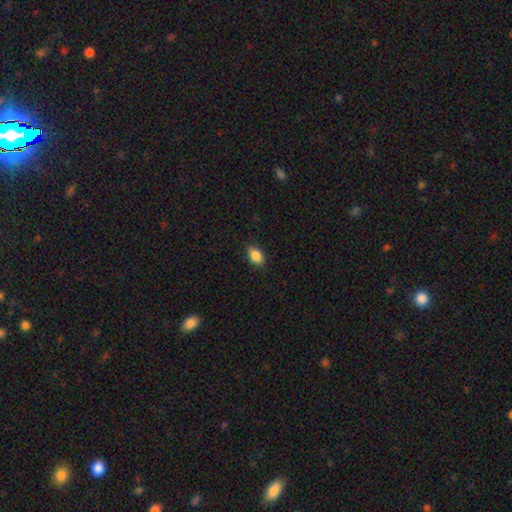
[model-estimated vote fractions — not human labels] Smooth or featured? smooth (87%)
How rounded? in between (87%)
Merging? none (87%)